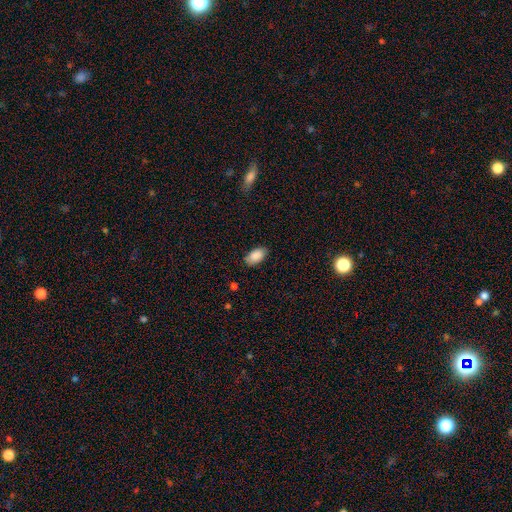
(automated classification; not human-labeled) Smooth or featured? smooth (88%)
How rounded? in between (95%)
Merging? none (85%)